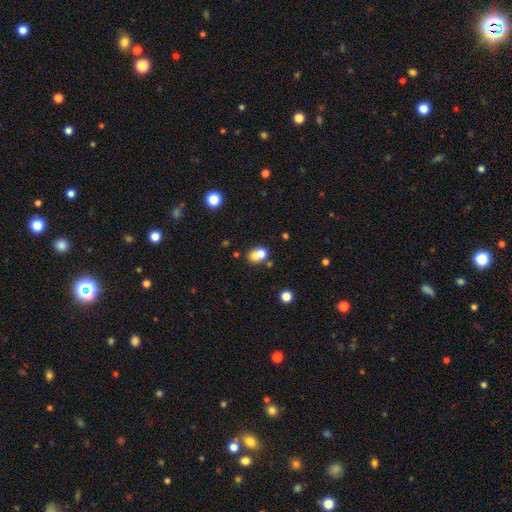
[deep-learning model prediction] Morphology: type=smooth (70%); roundness=round (62%); merging=merger (57%).